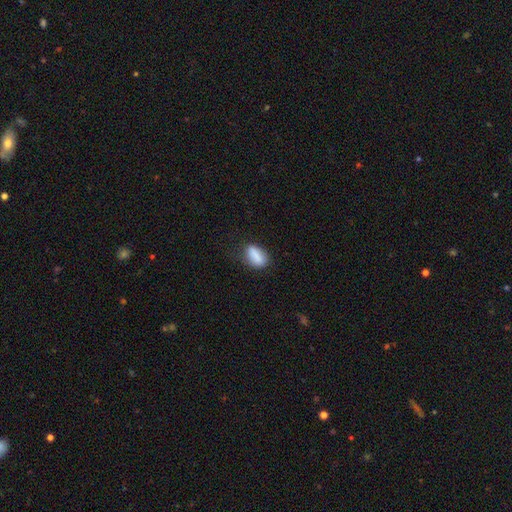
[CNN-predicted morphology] This appears to be a smooth galaxy with no disk features (82%) that is in between round and cigar-shaped (77%). Merging: none (71%).